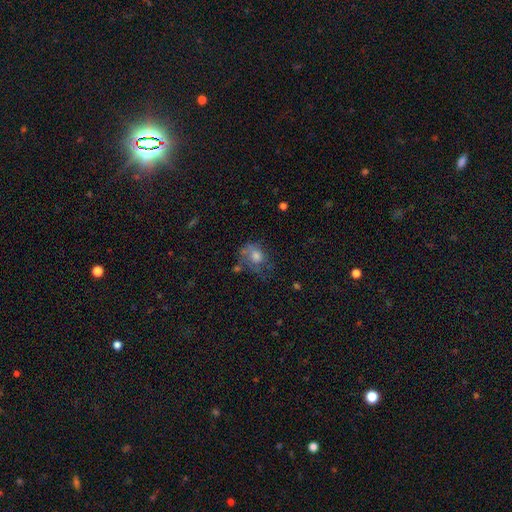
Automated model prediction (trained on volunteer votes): Smooth or featured: smooth — 52% (featured or disk — 32%)
How rounded: round — 50% (in between — 49%)
Merging: none — 41% (minor disturbance — 27%)